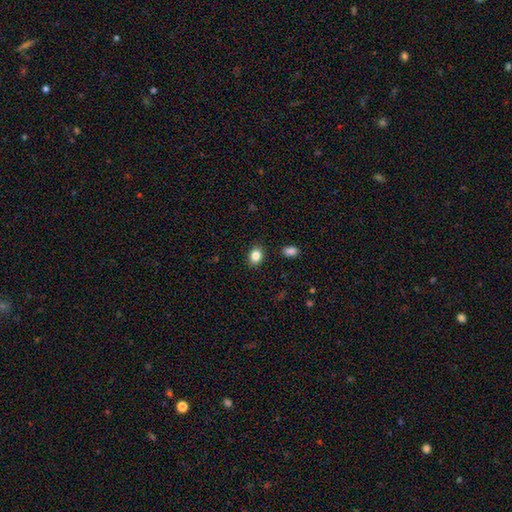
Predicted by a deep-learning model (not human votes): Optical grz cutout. It shows a smooth galaxy with no disk features (85%) that is in between round and cigar-shaped (60%). Merging: none (88%).